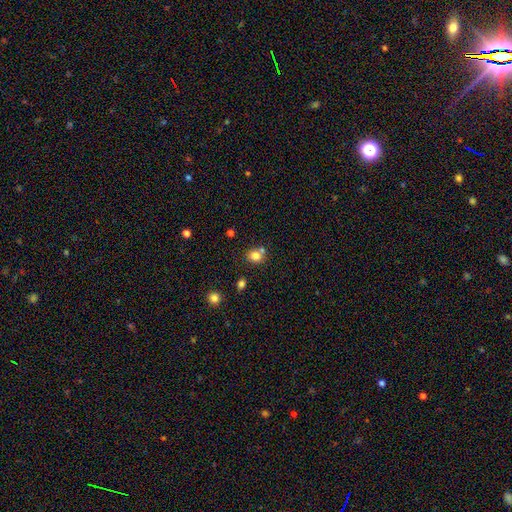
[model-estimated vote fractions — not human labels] This is likely a smooth galaxy (80%). How rounded: likely round (73%). Merging: likely none (62%).